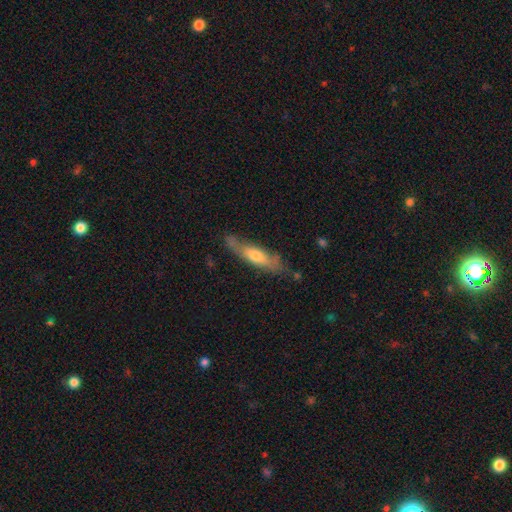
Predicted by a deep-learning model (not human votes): smooth-or-featured: smooth: 52% | featured or disk: 42% | star or artifact: 6%
  how-rounded: cigar-shaped: 72% | in between: 27% | round: 2%
  merging: none: 68% | minor disturbance: 22% | major disturbance: 6% | merger: 4%